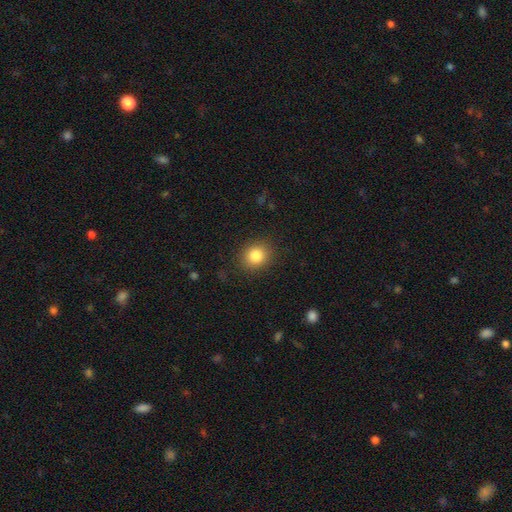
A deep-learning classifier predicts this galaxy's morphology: Q: Smooth or featured?
A: smooth (84%); runner-up: star or artifact (10%)
Q: How rounded?
A: round (74%); runner-up: in between (25%)
Q: Merging?
A: none (88%); runner-up: minor disturbance (8%)